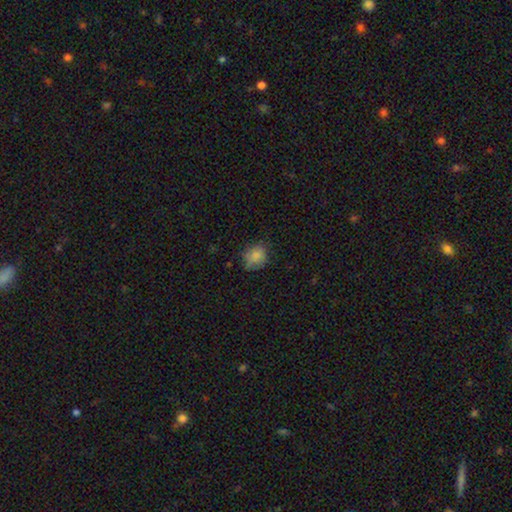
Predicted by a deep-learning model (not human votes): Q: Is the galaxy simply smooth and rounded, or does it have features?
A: smooth — 81%.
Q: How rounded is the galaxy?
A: round — 69%.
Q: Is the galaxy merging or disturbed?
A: none — 63%.